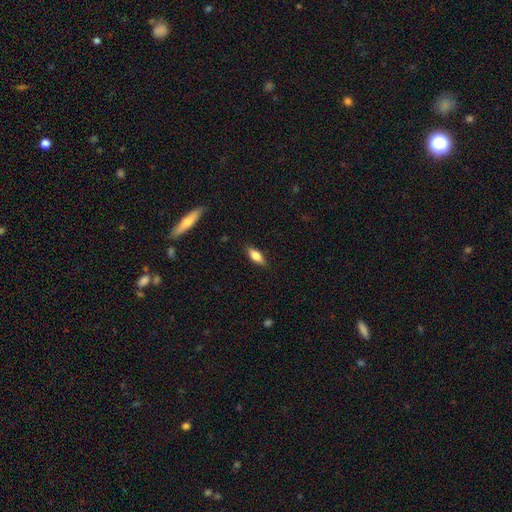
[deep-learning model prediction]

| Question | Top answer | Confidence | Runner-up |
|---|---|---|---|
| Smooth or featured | smooth | 71% | featured or disk (21%) |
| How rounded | in between | 69% | cigar-shaped (29%) |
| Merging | none | 84% | minor disturbance (12%) |